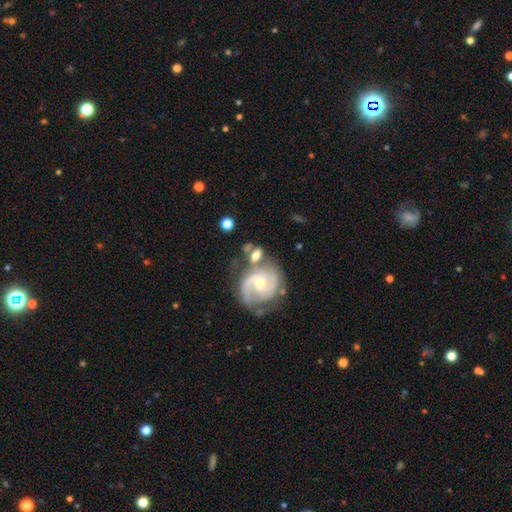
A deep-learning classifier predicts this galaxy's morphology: type=featured or disk (74%); edge-on=no (97%); bar=no (48%); spiral arms=yes (92%); winding=medium (50%); arm count=2 (82%); bulge=small (49%); merging=none (51%).